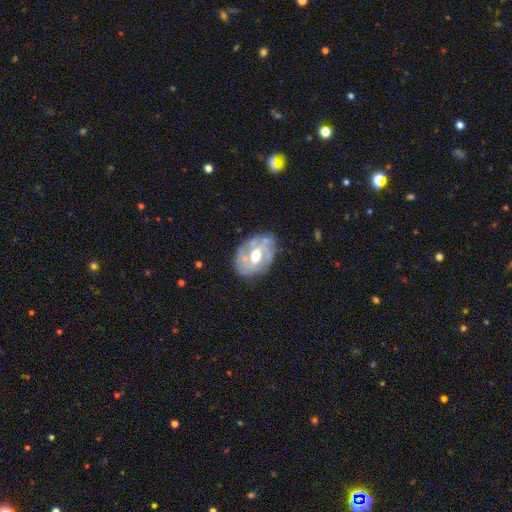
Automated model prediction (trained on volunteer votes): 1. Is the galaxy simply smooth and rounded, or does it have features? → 68% featured or disk, 25% smooth, 6% star or artifact.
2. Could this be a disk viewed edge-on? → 95% no, 5% yes.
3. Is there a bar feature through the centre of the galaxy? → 50% no, 38% weak, 13% strong.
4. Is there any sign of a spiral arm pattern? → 53% yes, 47% no.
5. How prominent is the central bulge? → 73% moderate, 16% large, 9% small, 1% dominant, 1% none.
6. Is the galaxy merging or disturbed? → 65% none, 23% minor disturbance, 9% major disturbance, 4% merger.